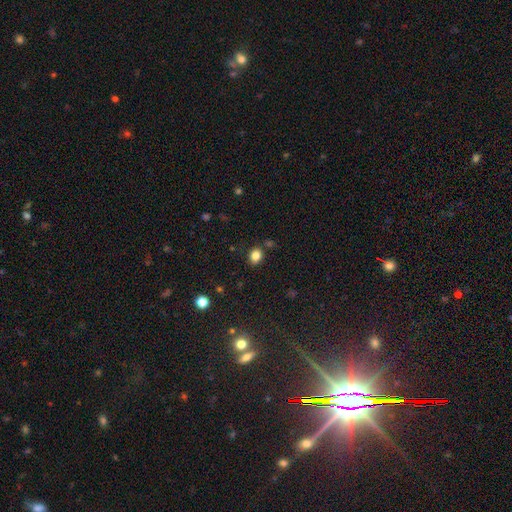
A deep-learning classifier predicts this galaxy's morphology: smooth_or_featured: smooth (p=0.82) [alt: star or artifact p=0.12]
how_rounded: round (p=0.59) [alt: in between p=0.40]
merging: none (p=0.82) [alt: minor disturbance p=0.11]